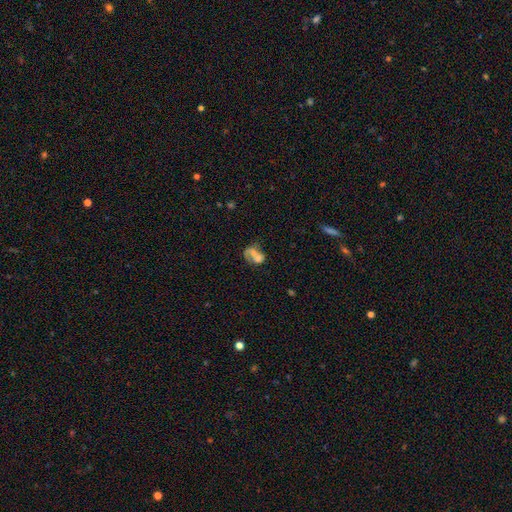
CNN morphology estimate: Smooth or featured?
  - smooth: 47% *
  - featured or disk: 40%
  - star or artifact: 14%
Merging?
  - merger: 49% *
  - none: 21%
  - major disturbance: 18%
  - minor disturbance: 11%